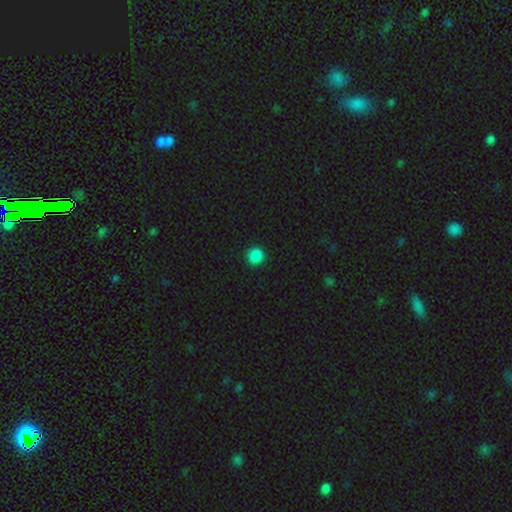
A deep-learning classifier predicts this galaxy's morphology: smooth 86%, star or artifact 11%, featured or disk 2%. Down the decision tree: how rounded — round (92%); merging — none (92%).